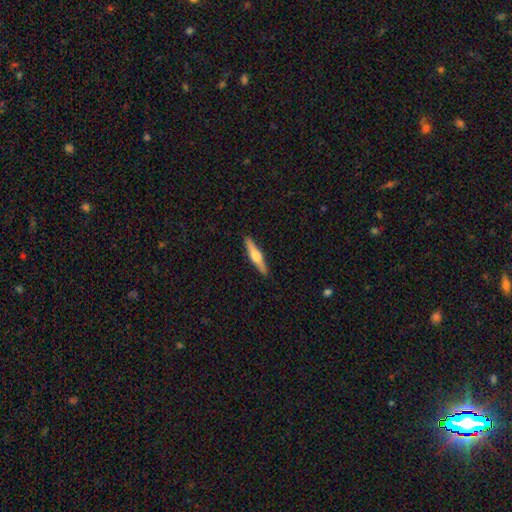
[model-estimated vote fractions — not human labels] Smooth or featured: featured or disk — 60% (smooth — 34%)
Edge-on disk: yes — 97% (no — 3%)
Edge-on bulge: rounded — 93% (boxy — 4%)
Merging: none — 91% (minor disturbance — 7%)